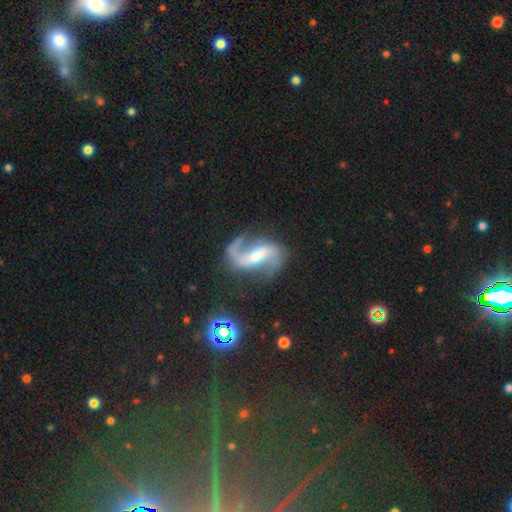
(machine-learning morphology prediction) Smooth or featured?
  - featured or disk: 89% *
  - star or artifact: 6%
  - smooth: 5%
Edge-on disk?
  - no: 97% *
  - yes: 3%
Bar?
  - strong: 46% *
  - weak: 37%
  - no: 17%
Spiral arms?
  - yes: 97% *
  - no: 3%
Spiral winding?
  - loose: 59% *
  - medium: 34%
  - tight: 8%
Spiral arm count?
  - 2: 89% *
  - 1: 6%
  - can't tell: 2%
  - 3: 1%
  - 4: 1%
  - more than 4: 1%
Bulge size?
  - moderate: 45% *
  - small: 44%
  - large: 5%
  - none: 5%
  - dominant: 1%
Merging?
  - none: 70% *
  - minor disturbance: 16%
  - major disturbance: 11%
  - merger: 3%